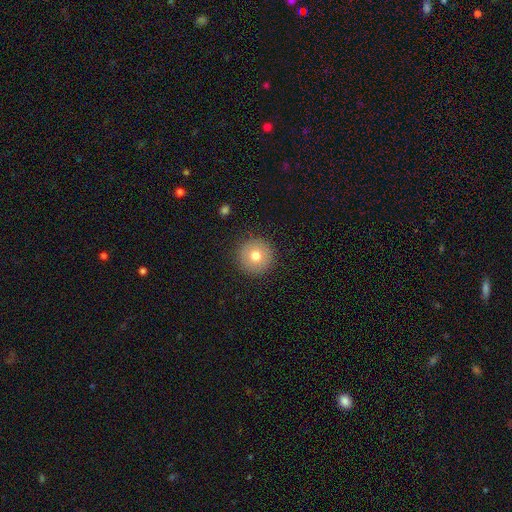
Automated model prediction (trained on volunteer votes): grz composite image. It shows a smooth galaxy with no disk features (75%) that is round (96%). Merging: none (92%).